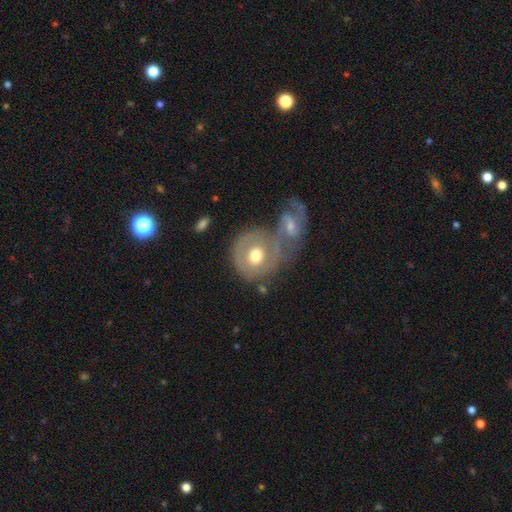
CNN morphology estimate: Smooth or featured?
  - smooth: 47% * (tied)
  - featured or disk: 47% * (tied)
  - star or artifact: 7%
Merging?
  - merger: 48% *
  - none: 32%
  - minor disturbance: 11%
  - major disturbance: 8%